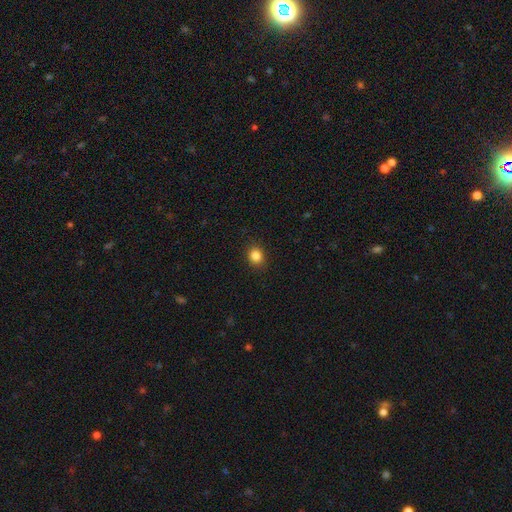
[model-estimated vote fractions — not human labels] The model was most divided on "how rounded": round: 68%, in between: 31%, cigar-shaped: 1%. More confident: merging — none (90%); smooth or featured — smooth (85%).